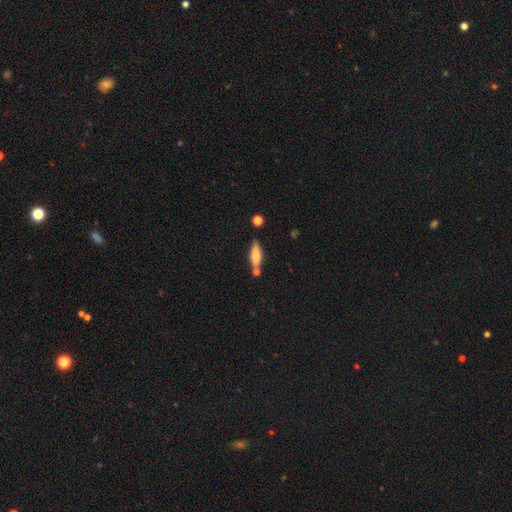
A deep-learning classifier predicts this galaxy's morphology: smooth_or_featured: smooth (p=0.67) [alt: featured or disk p=0.26]
how_rounded: cigar-shaped (p=0.53) [alt: in between p=0.45]
merging: none (p=0.67) [alt: minor disturbance p=0.16]